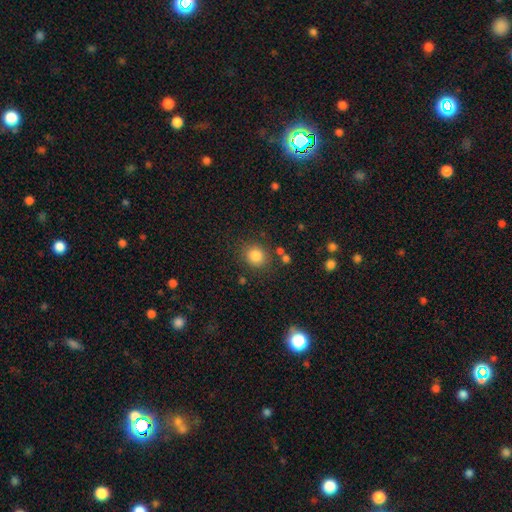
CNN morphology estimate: Q: Smooth or featured?
A: smooth (84%); runner-up: star or artifact (11%)
Q: How rounded?
A: round (81%); runner-up: in between (18%)
Q: Merging?
A: none (82%); runner-up: minor disturbance (10%)